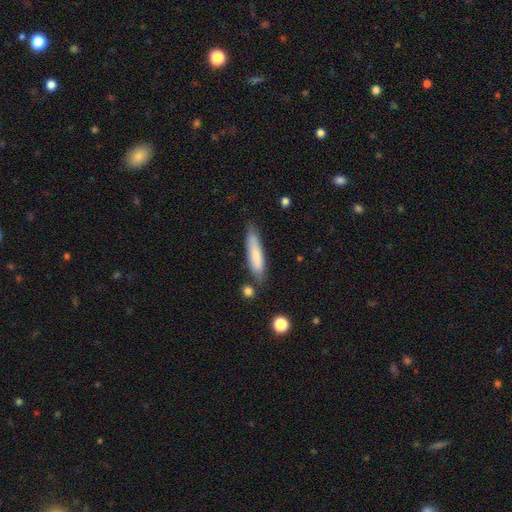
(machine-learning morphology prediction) Q: Smooth or featured?
A: smooth (72%); runner-up: featured or disk (21%)
Q: How rounded?
A: cigar-shaped (82%); runner-up: in between (17%)
Q: Merging?
A: none (75%); runner-up: minor disturbance (16%)